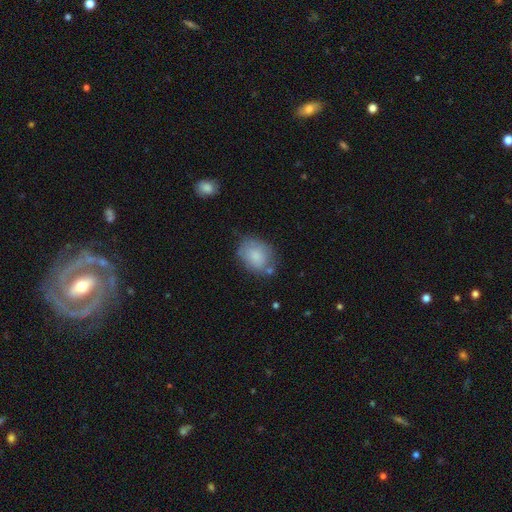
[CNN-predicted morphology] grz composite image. It shows a smooth galaxy with no disk features (81%) that is in between round and cigar-shaped (68%). Merging: none (61%).